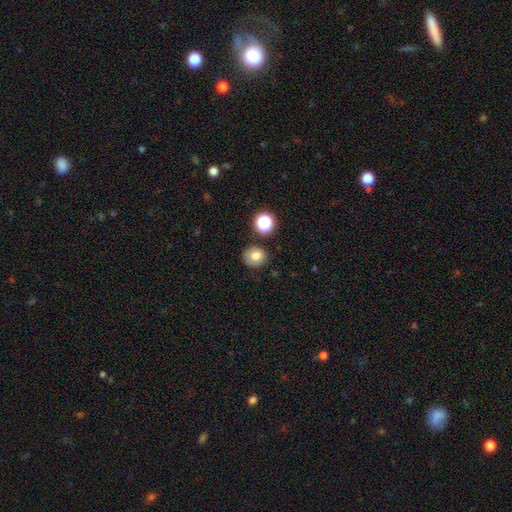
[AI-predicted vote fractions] Smooth or featured? smooth (77%)
How rounded? round (78%)
Merging? none (82%)